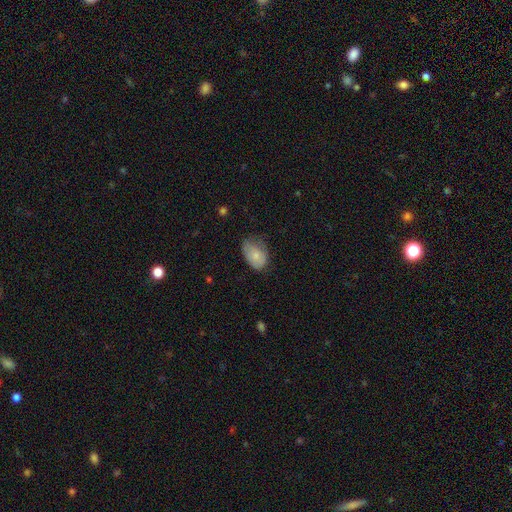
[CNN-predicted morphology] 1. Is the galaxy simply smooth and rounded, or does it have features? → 78% smooth, 15% featured or disk, 7% star or artifact.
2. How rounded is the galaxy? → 84% in between, 15% round, 1% cigar-shaped.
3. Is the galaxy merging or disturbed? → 46% none, 39% minor disturbance, 14% major disturbance, 1% merger.